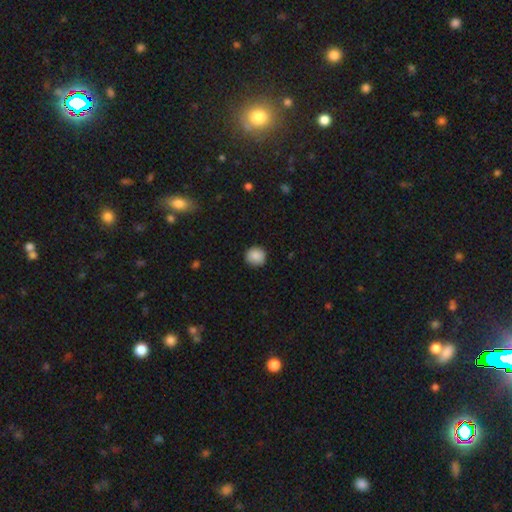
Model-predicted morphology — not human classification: This is clearly a smooth galaxy (88%). How rounded: clearly round (92%). Merging: clearly none (88%).